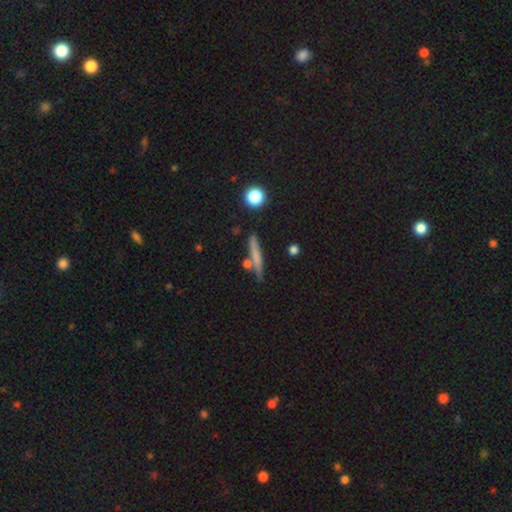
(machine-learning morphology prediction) smooth_or_featured: smooth (p=0.60) [alt: featured or disk p=0.33]
how_rounded: cigar-shaped (p=0.91) [alt: in between p=0.05]
merging: none (p=0.76) [alt: minor disturbance p=0.12]